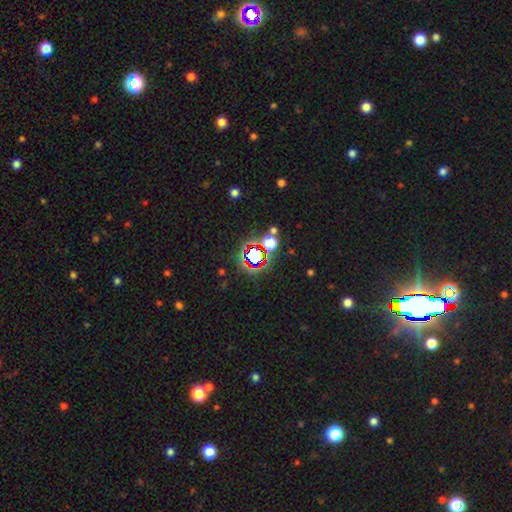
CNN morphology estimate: Smooth or featured? star or artifact (64%)